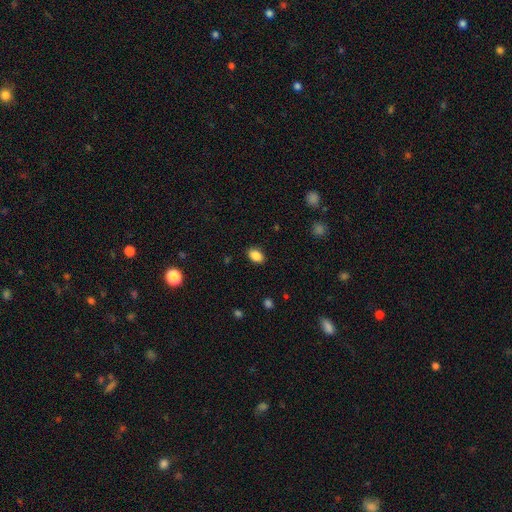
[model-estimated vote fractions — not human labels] Morphology: type=smooth (87%); roundness=in between (84%); merging=none (88%).